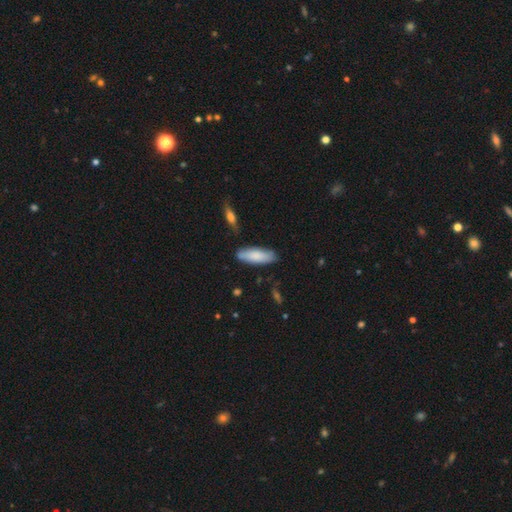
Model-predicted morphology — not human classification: This is clearly a smooth galaxy (82%). How rounded: possibly in between (56%). Merging: clearly none (81%).